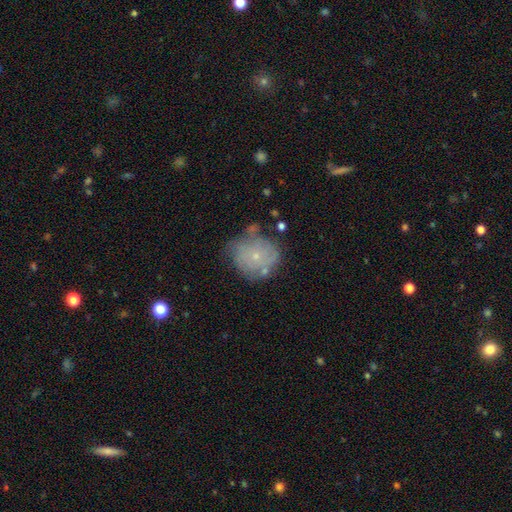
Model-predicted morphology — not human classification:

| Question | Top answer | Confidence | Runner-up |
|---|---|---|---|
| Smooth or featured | smooth | 48% | featured or disk (42%) |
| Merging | none | 58% | minor disturbance (26%) |